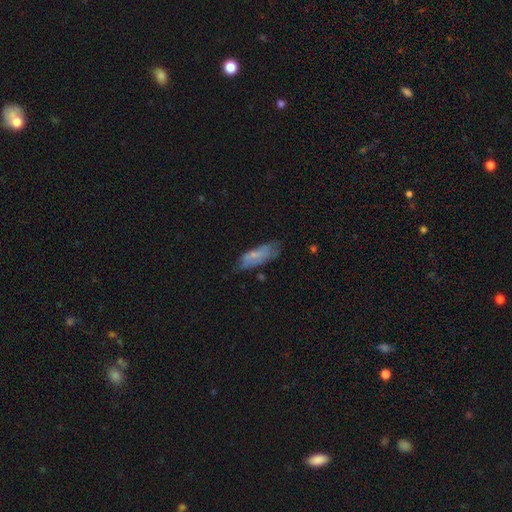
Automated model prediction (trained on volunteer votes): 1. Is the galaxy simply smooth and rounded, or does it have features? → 62% smooth, 31% featured or disk, 8% star or artifact.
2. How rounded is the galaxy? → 64% in between, 34% cigar-shaped, 2% round.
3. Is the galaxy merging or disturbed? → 56% none, 30% minor disturbance, 10% major disturbance, 3% merger.